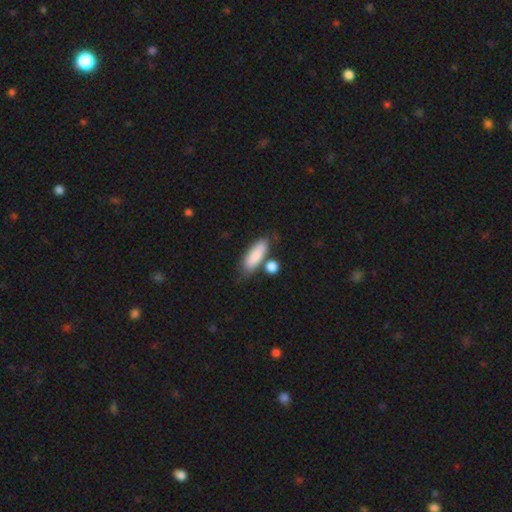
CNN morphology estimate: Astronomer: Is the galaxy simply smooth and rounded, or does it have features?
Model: smooth — 83%.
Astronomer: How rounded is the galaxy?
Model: in between — 66%.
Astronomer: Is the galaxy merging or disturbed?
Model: none — 62%.